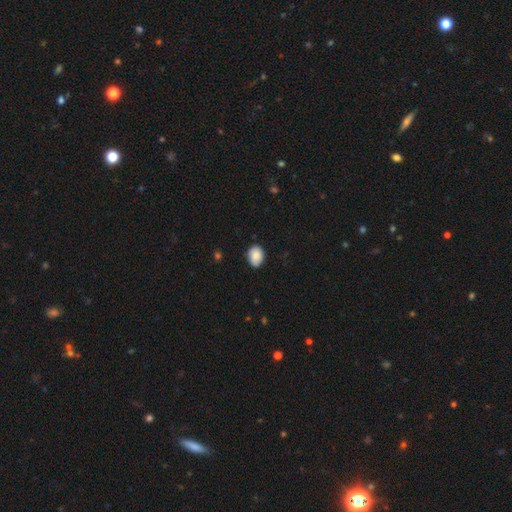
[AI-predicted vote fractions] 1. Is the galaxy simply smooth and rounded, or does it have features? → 85% smooth, 8% featured or disk, 7% star or artifact.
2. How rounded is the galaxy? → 67% in between, 32% round, 1% cigar-shaped.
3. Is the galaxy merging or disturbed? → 83% none, 14% minor disturbance, 2% major disturbance, 1% merger.